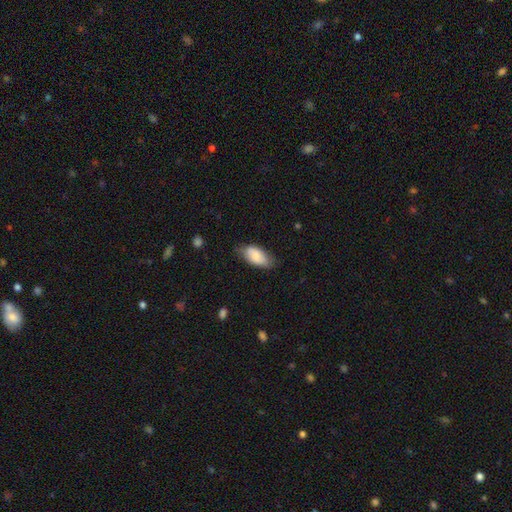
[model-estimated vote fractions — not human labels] Overall: smooth (80%). How rounded: in between (92%). Merging: none (68%).